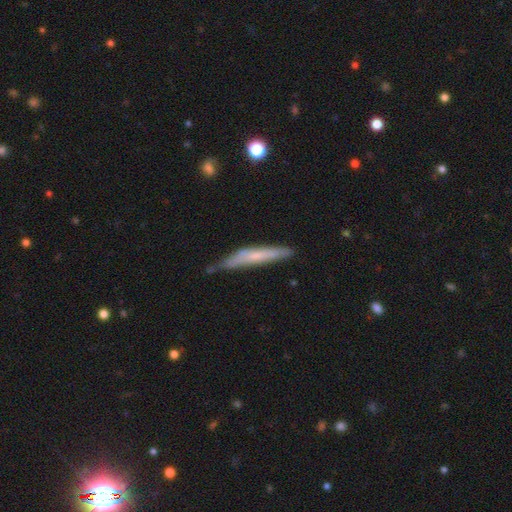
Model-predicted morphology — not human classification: A smooth galaxy with no disk features (53%) that is cigar-shaped (94%). Merging: none (61%).